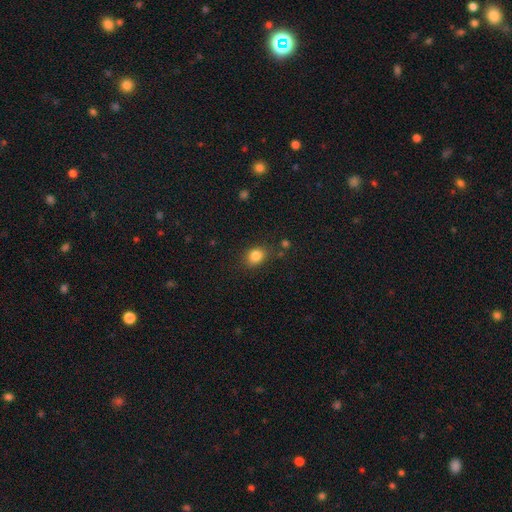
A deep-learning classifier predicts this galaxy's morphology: A smooth galaxy with no disk features (84%) that is in between round and cigar-shaped (53%). Merging: none (77%).